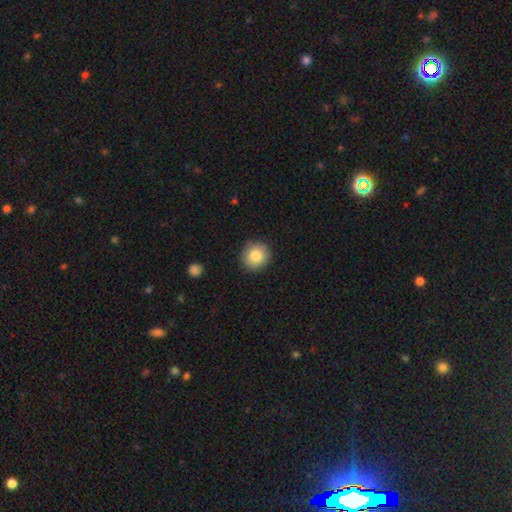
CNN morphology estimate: smooth_or_featured: smooth (p=0.83) [alt: featured or disk p=0.09]
how_rounded: round (p=0.91) [alt: in between p=0.08]
merging: none (p=0.89) [alt: minor disturbance p=0.08]